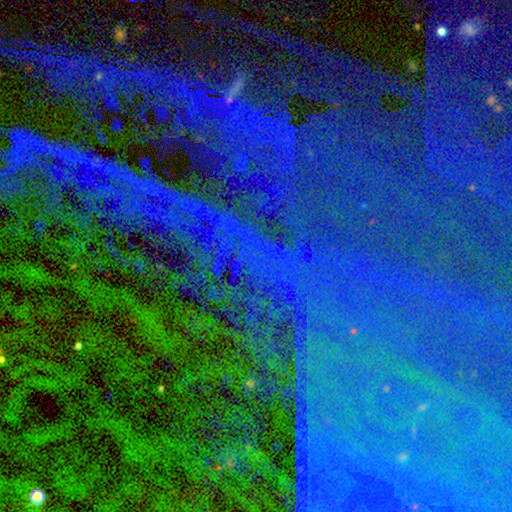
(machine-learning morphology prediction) A star or artifact, not a galaxy (85%).

Vote fractions:
- Smooth or featured? star or artifact: 85% / featured or disk: 8% / smooth: 7%